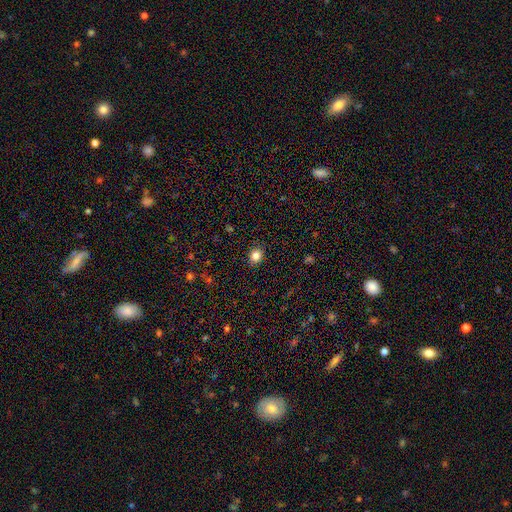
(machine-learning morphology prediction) Smooth or featured? Predicted: smooth (p=0.84). How rounded? Predicted: round (p=0.68). Merging? Predicted: none (p=0.90).